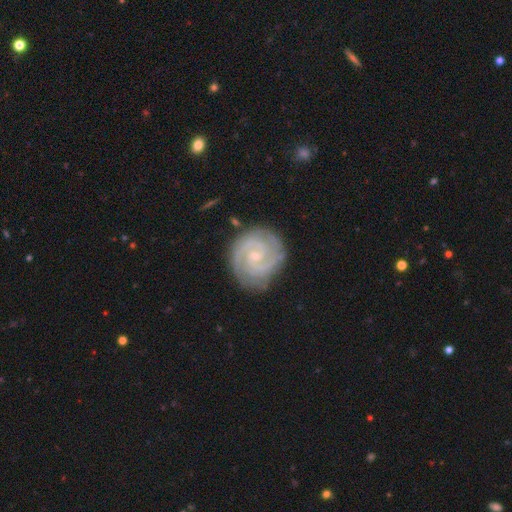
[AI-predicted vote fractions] This appears to be a featured or disk galaxy (90%) with no bar (49%), 2 (75%) tight (72%) spiral arms (98%) and a small central bulge (74%). Merging: none (82%).